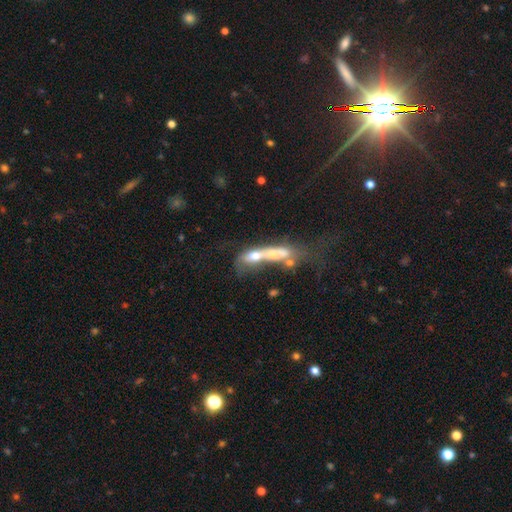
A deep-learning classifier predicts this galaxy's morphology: Smooth or featured: smooth — 47% (featured or disk — 43%)
Merging: merger — 67% (major disturbance — 15%)